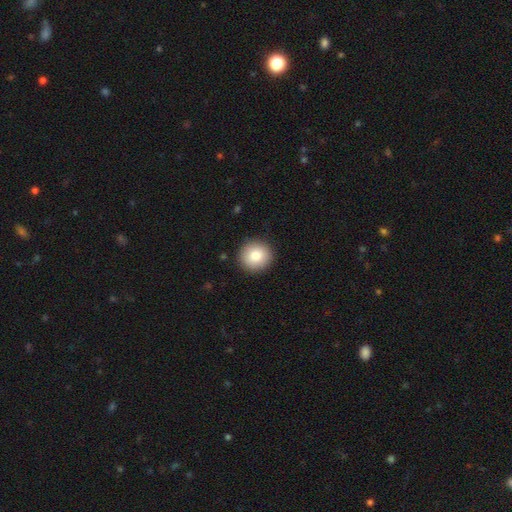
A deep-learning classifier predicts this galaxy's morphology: The model was most divided on "smooth or featured": smooth: 82%, featured or disk: 9%, star or artifact: 9%. More confident: how rounded — round (93%); merging — none (91%).